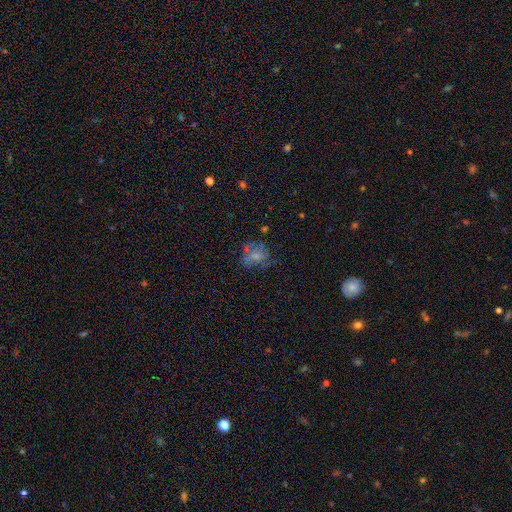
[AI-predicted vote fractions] A smooth galaxy with no disk features (45%). Merging: none (50%).